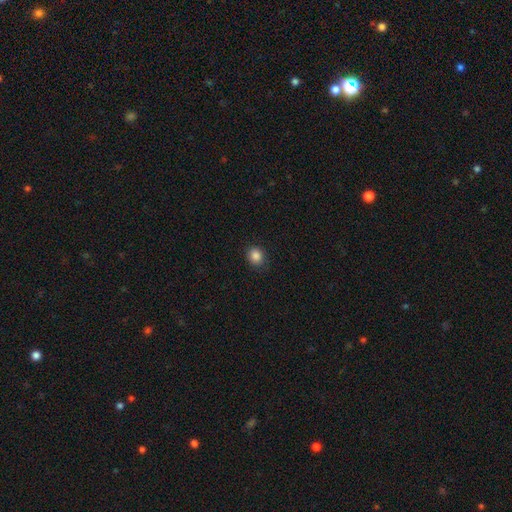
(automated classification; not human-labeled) Smooth or featured?
  - smooth: 85% *
  - star or artifact: 10%
  - featured or disk: 4%
How rounded?
  - round: 70% *
  - in between: 29%
  - cigar-shaped: 1%
Merging?
  - none: 86% *
  - minor disturbance: 10%
  - major disturbance: 3%
  - merger: 1%